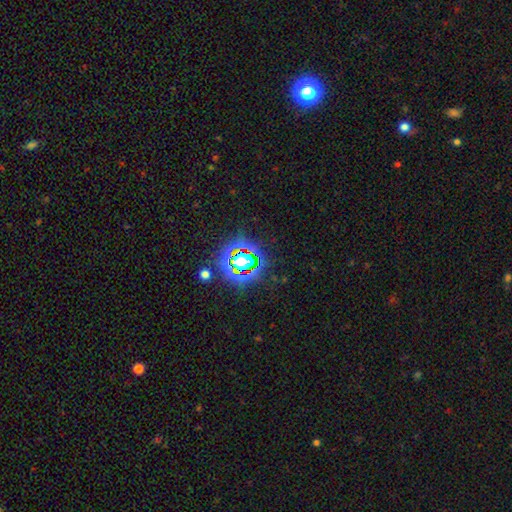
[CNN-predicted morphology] type=star or artifact (77%).